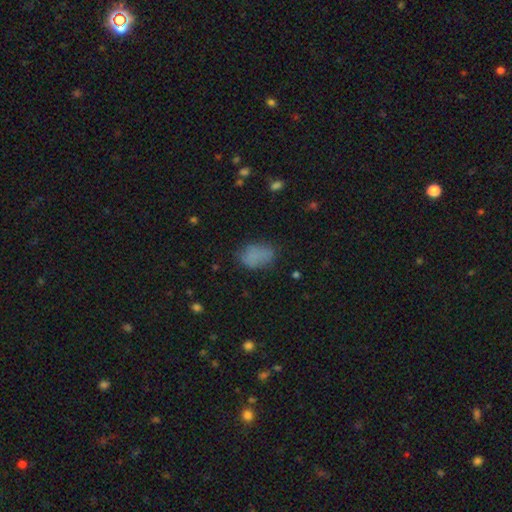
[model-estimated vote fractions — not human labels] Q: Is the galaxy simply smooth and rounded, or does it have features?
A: smooth — 78%.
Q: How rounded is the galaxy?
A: in between — 82%.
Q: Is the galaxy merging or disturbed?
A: none — 63%.